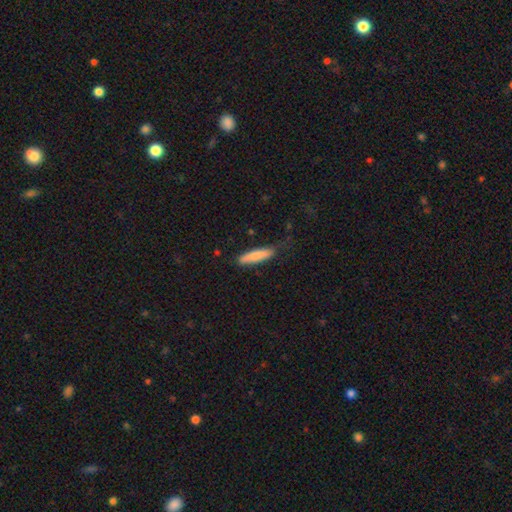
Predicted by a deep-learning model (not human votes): A smooth galaxy with no disk features (81%) that is cigar-shaped (80%). Merging: none (74%).